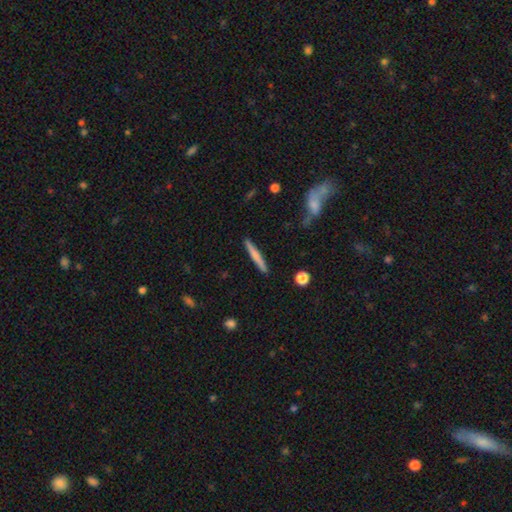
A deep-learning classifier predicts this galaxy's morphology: type=smooth (62%); roundness=cigar-shaped (95%); merging=none (90%).